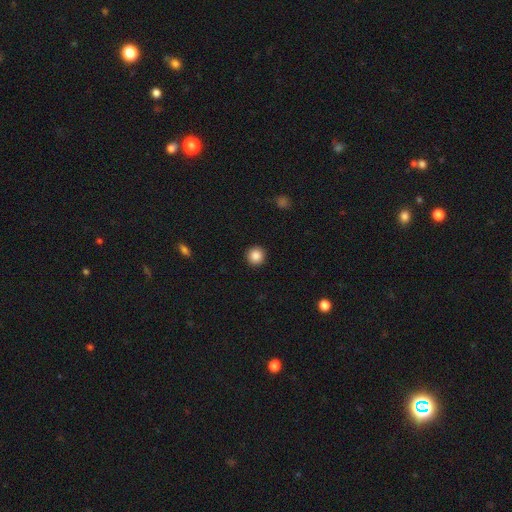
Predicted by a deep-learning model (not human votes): This is clearly a smooth galaxy (87%). How rounded: clearly round (96%). Merging: clearly none (93%).